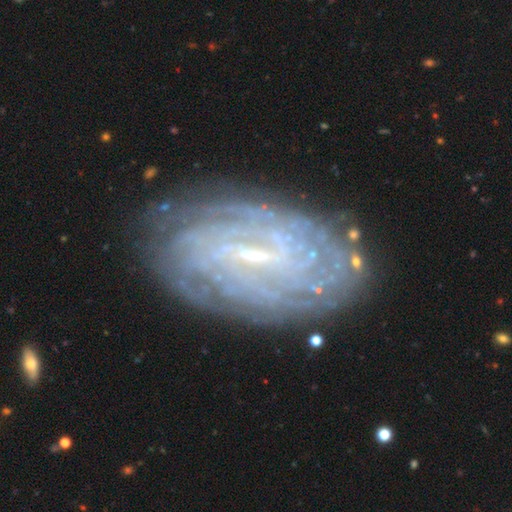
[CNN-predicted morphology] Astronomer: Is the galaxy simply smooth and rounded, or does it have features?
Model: featured or disk — 85%.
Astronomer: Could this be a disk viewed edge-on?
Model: no — 96%.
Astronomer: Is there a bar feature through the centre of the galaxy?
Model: weak — 48% (runner-up: strong, 36%).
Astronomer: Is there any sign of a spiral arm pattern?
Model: yes — 95%.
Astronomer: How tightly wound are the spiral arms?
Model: tight — 83%.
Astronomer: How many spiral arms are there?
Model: can't tell — 39% (runner-up: more than 4, 23%).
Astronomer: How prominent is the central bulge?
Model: small — 72%.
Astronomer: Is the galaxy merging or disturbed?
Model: none — 83%.